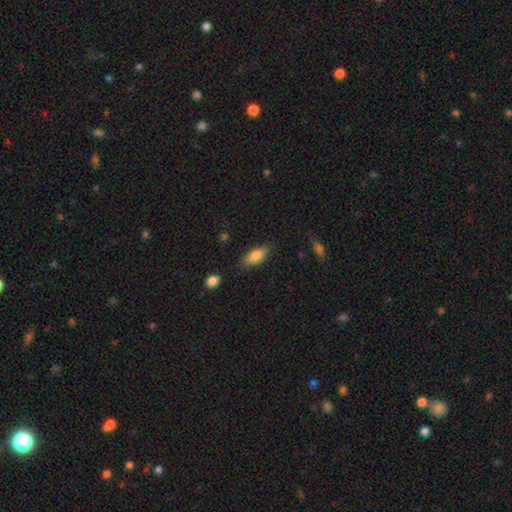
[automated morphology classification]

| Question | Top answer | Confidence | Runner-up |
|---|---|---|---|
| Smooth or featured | smooth | 81% | featured or disk (12%) |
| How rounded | in between | 79% | cigar-shaped (18%) |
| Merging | none | 81% | minor disturbance (14%) |